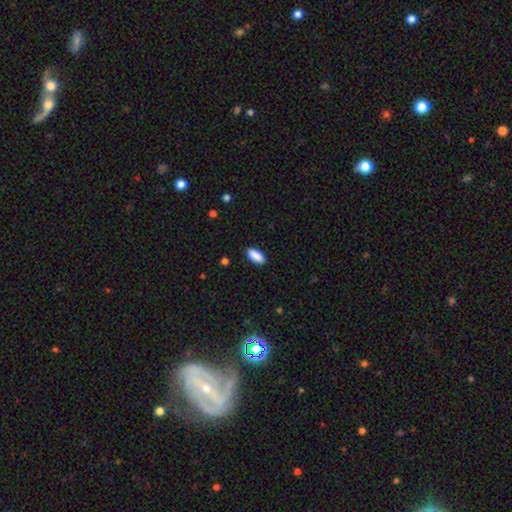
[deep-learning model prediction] Q: Smooth or featured?
A: smooth (90%); runner-up: star or artifact (6%)
Q: How rounded?
A: in between (89%); runner-up: cigar-shaped (9%)
Q: Merging?
A: none (89%); runner-up: minor disturbance (8%)